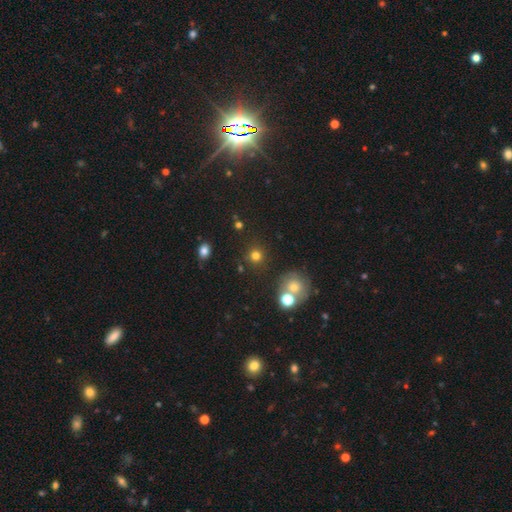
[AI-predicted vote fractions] Smooth or featured?
  - smooth: 76% *
  - star or artifact: 17%
  - featured or disk: 7%
How rounded?
  - round: 92% *
  - in between: 7%
  - cigar-shaped: 1%
Merging?
  - none: 83% *
  - minor disturbance: 7%
  - merger: 6%
  - major disturbance: 3%